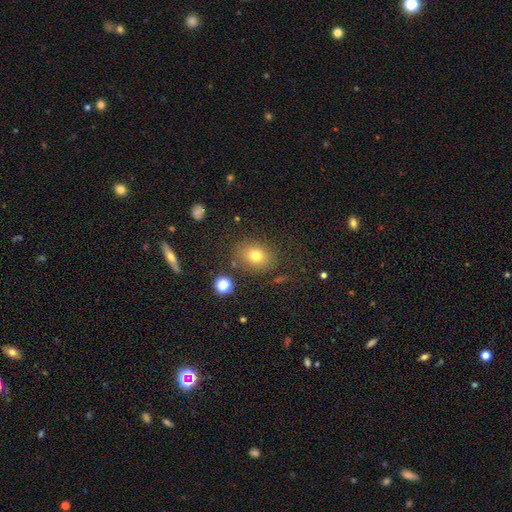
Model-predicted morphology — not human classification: Smooth or featured? Predicted: smooth (p=0.75). How rounded? Predicted: in between (p=0.52). Merging? Predicted: none (p=0.80).